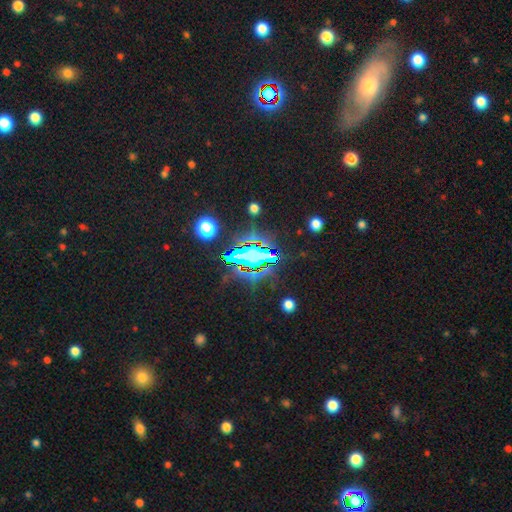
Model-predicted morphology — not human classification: A star or artifact, not a galaxy (67%).